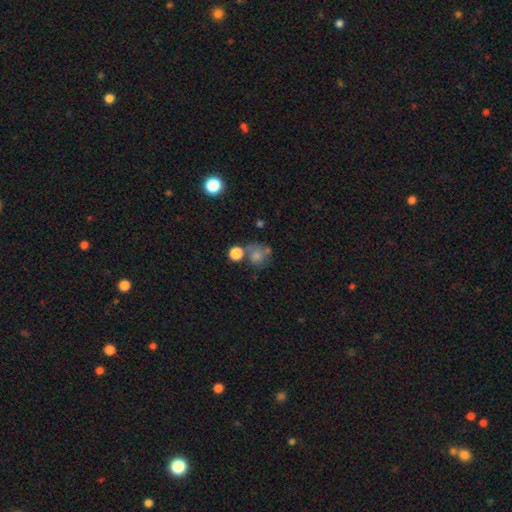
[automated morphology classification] A smooth galaxy with no disk features (59%) that is round (77%). Merging: none (46%).